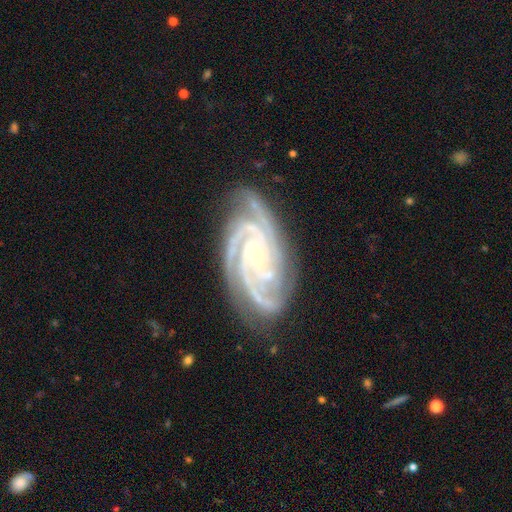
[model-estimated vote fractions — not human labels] Smooth or featured? featured or disk (93%)
Edge-on disk? no (97%)
Bar? no (64%)
Spiral arms? yes (99%)
Spiral winding? tight (75%)
Spiral arm count? 3 (43%)
Bulge size? small (80%)
Merging? none (77%)